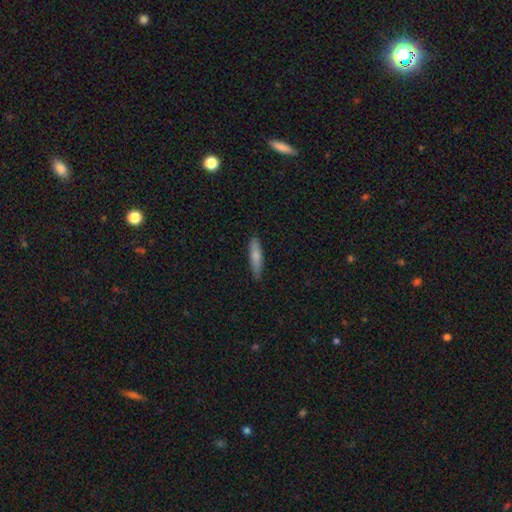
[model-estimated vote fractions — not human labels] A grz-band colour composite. It shows a smooth galaxy with no disk features (74%) that is cigar-shaped (83%). Merging: none (87%).